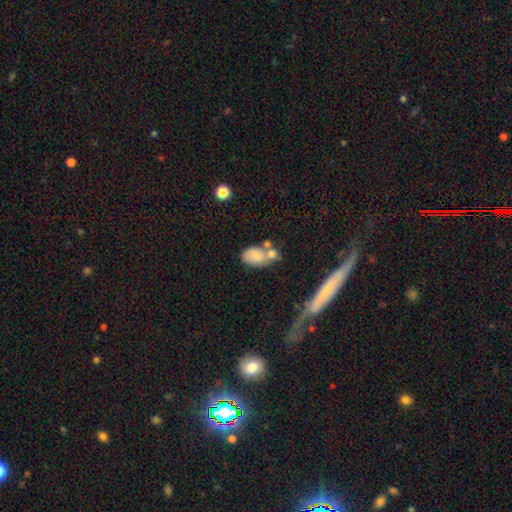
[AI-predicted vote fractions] smooth-or-featured: smooth: 75% | featured or disk: 15% | star or artifact: 9%
  how-rounded: in between: 85% | round: 14% | cigar-shaped: 2%
  merging: merger: 41% | none: 34% | minor disturbance: 17% | major disturbance: 8%